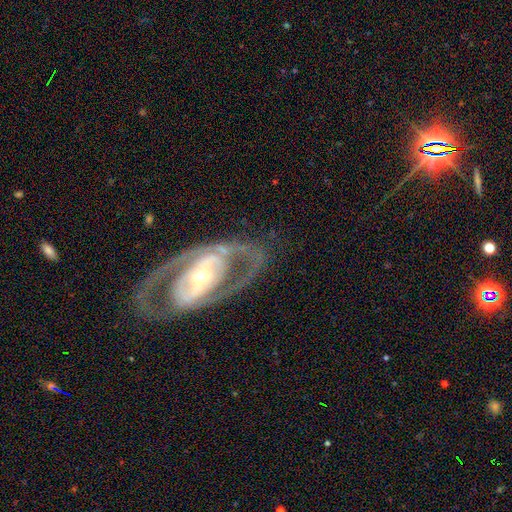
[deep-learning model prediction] A featured or disk galaxy (86%) with a strong bar (40%), 2 (81%) medium (45%) spiral arms (75%) and a small central bulge (46%, tied with moderate). Merging: none (71%).